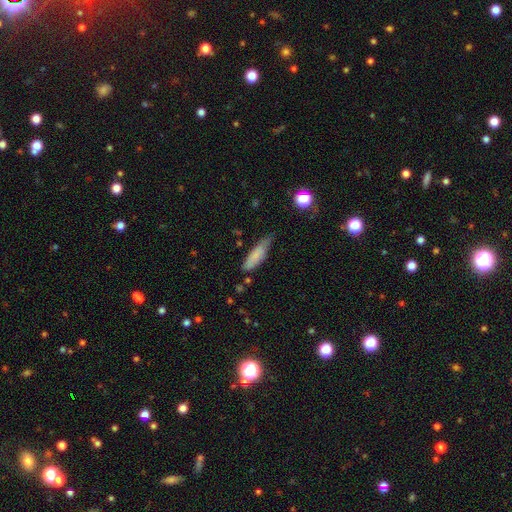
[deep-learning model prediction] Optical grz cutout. It shows a smooth galaxy with no disk features (77%) that is cigar-shaped (55%). Merging: none (54%).